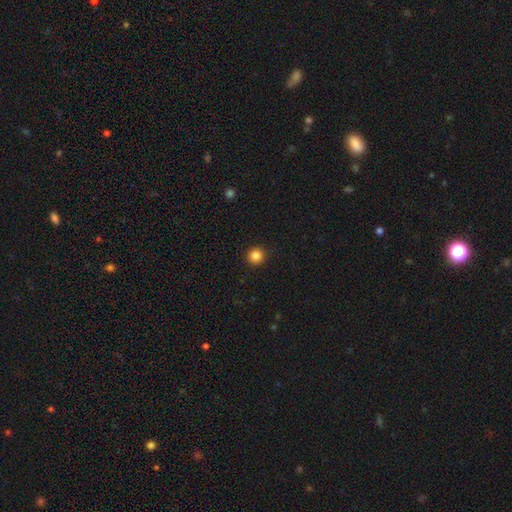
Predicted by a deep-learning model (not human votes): Smooth or featured: smooth — 85% (star or artifact — 12%)
How rounded: round — 94% (in between — 5%)
Merging: none — 93% (minor disturbance — 5%)